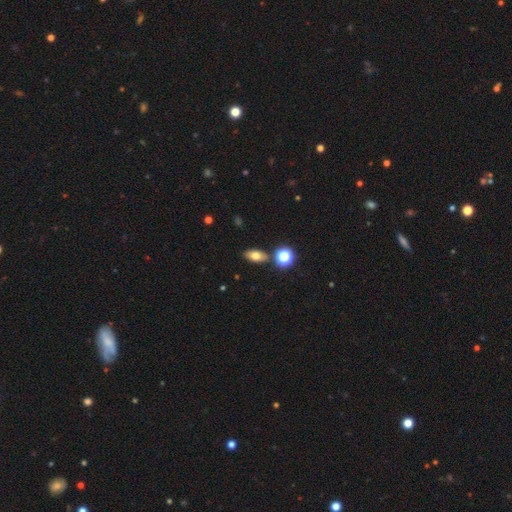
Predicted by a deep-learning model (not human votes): The model was most divided on "smooth or featured": smooth: 71%, featured or disk: 16%, star or artifact: 13%. More confident: merging — none (82%); how rounded — in between (82%).